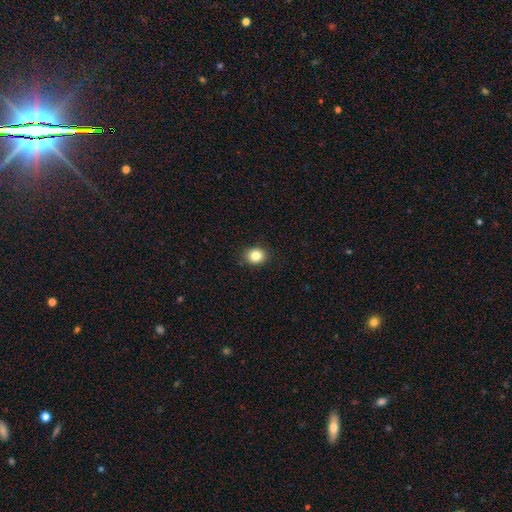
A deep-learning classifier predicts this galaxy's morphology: Overall: smooth (84%). How rounded: round (71%). Merging: none (89%).